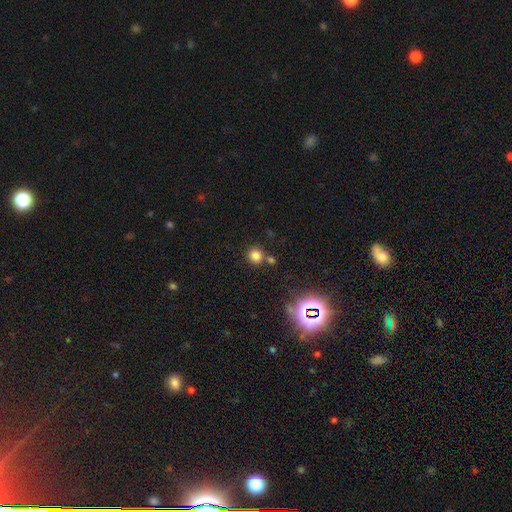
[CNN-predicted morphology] This appears to be a smooth galaxy with no disk features (77%) that is round (92%). Merging: none (73%).